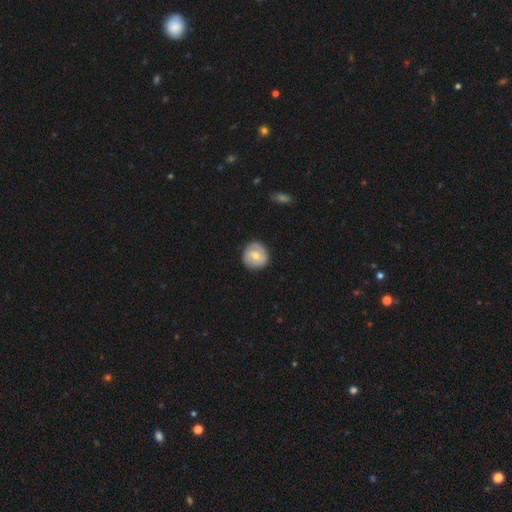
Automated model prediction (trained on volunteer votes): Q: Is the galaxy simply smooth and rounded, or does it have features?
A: smooth — 52%.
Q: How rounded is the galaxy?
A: round — 91%.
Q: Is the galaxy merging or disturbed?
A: none — 85%.